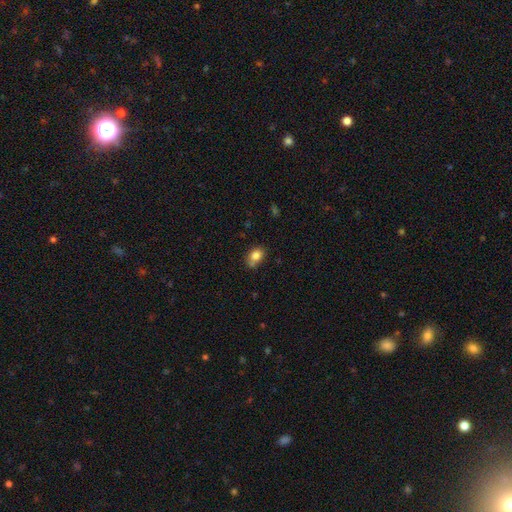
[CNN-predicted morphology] This appears to be a smooth galaxy with no disk features (82%) that is in between round and cigar-shaped (65%). Merging: none (63%).